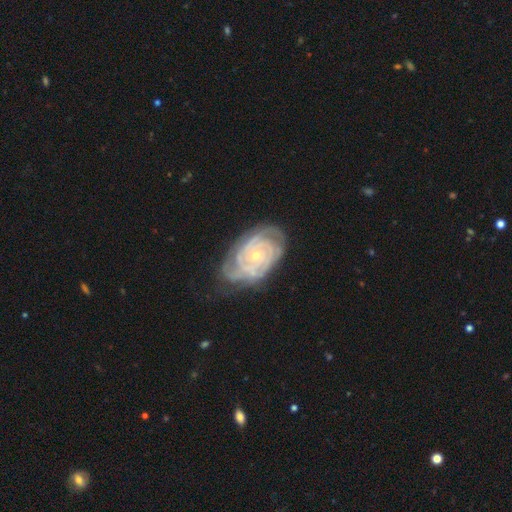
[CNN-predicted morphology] This appears to be a featured or disk galaxy (88%) with no bar (77%), tight (80%) spiral arms (97%) and a small central bulge (70%). Merging: none (67%).